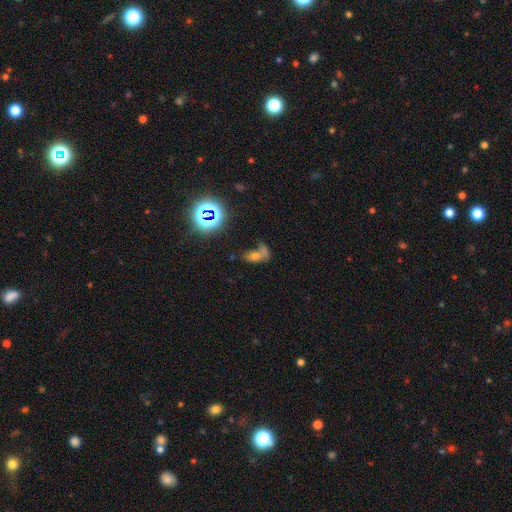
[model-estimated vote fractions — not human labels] This is possibly a smooth galaxy (47%). Merging: possibly merger (49%).